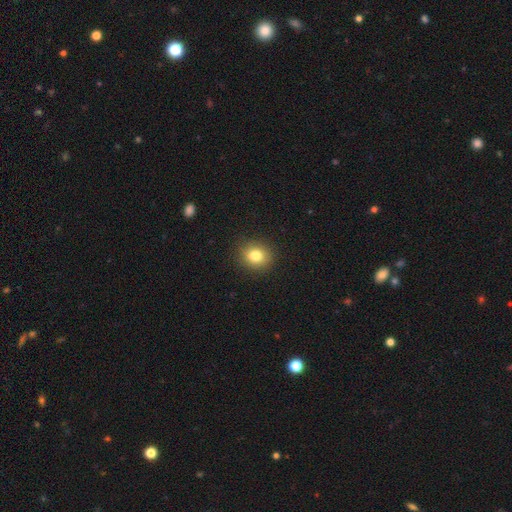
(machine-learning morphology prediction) smooth 80%, star or artifact 11%, featured or disk 8%. Down the decision tree: how rounded — round (76%); merging — none (89%).